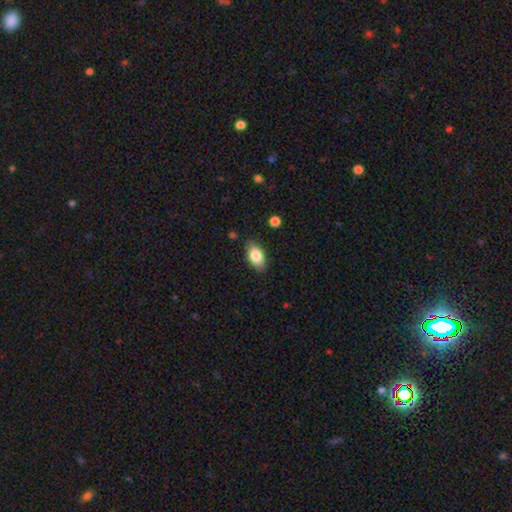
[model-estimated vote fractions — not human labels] Smooth or featured: smooth — 82% (featured or disk — 11%)
How rounded: in between — 91% (round — 6%)
Merging: none — 84% (minor disturbance — 12%)